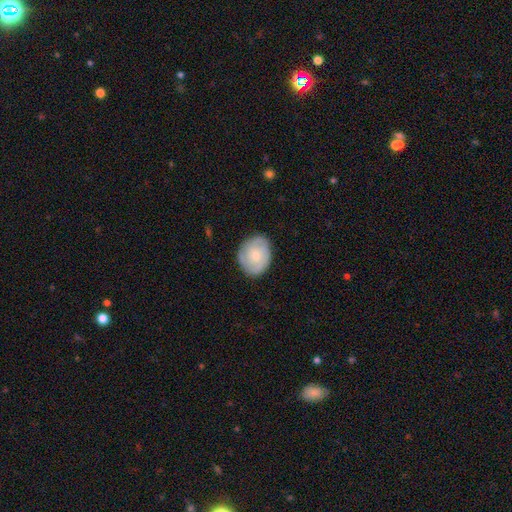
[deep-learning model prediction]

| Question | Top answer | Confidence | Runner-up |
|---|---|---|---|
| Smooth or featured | featured or disk | 49% | smooth (45%) |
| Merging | none | 79% | minor disturbance (17%) |